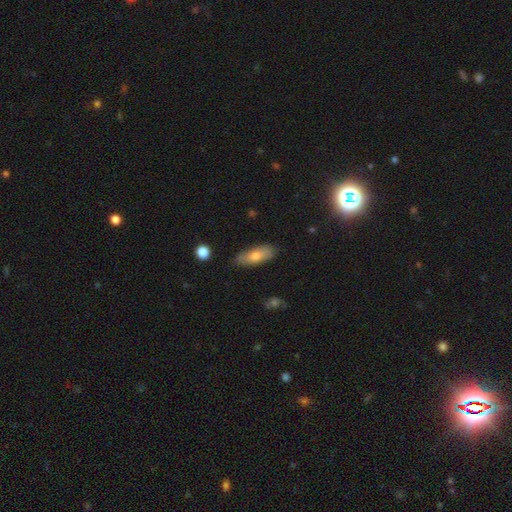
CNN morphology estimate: Smooth or featured?
  - smooth: 69% *
  - featured or disk: 25%
  - star or artifact: 6%
How rounded?
  - in between: 64% *
  - cigar-shaped: 34%
  - round: 3%
Merging?
  - none: 80% *
  - minor disturbance: 16%
  - major disturbance: 3%
  - merger: 2%